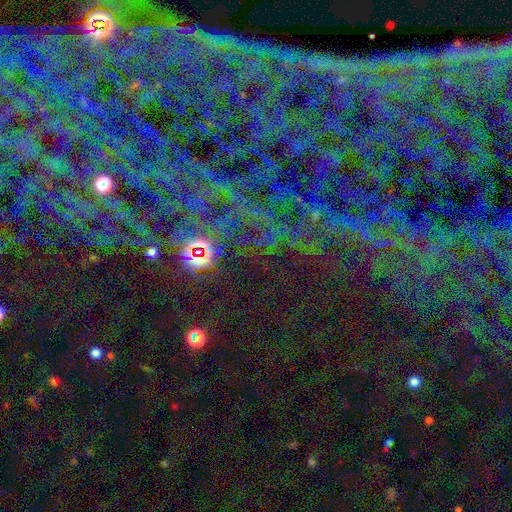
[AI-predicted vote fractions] smooth-or-featured: star or artifact: 82% | smooth: 9% | featured or disk: 8%